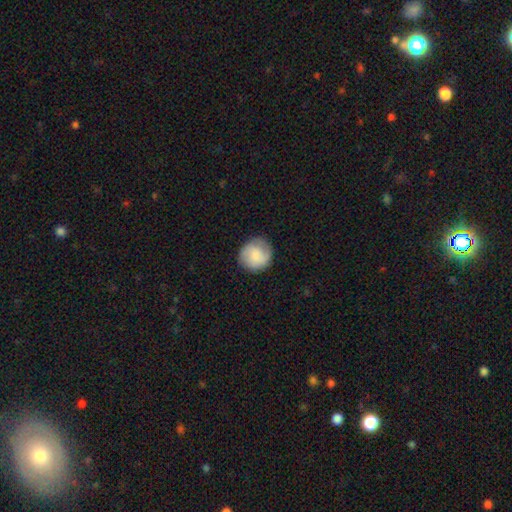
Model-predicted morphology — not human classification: A smooth galaxy with no disk features (70%) that is round (90%). Merging: none (84%).